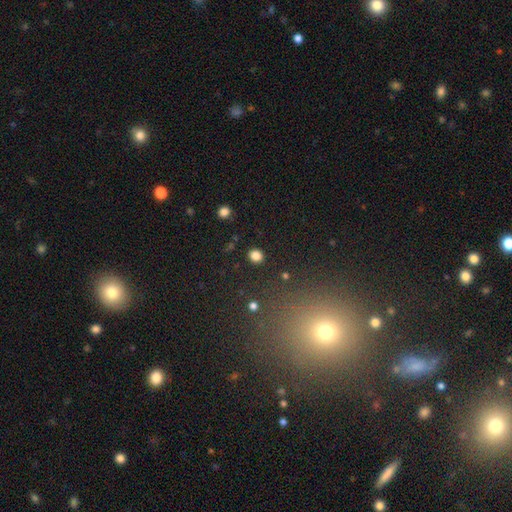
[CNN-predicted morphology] Q: Smooth or featured?
A: smooth (83%); runner-up: star or artifact (12%)
Q: How rounded?
A: round (77%); runner-up: in between (22%)
Q: Merging?
A: none (90%); runner-up: minor disturbance (6%)